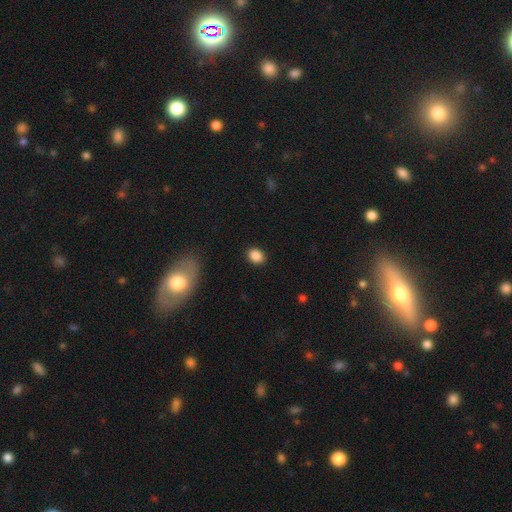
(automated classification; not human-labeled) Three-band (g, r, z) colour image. It shows a smooth galaxy with no disk features (87%) that is in between round and cigar-shaped (55%). Merging: none (89%).